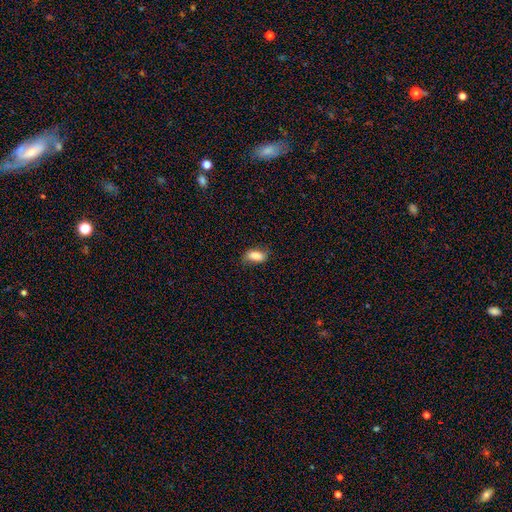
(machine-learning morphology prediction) Q: Smooth or featured?
A: smooth (86%); runner-up: star or artifact (7%)
Q: How rounded?
A: in between (89%); runner-up: cigar-shaped (6%)
Q: Merging?
A: none (76%); runner-up: minor disturbance (18%)